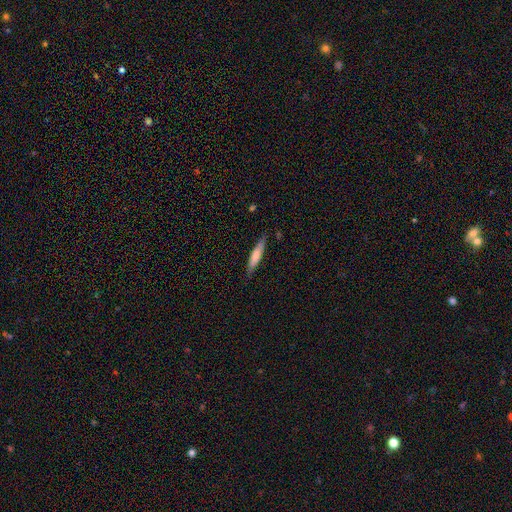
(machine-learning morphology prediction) Smooth or featured: smooth — 67% (featured or disk — 27%)
How rounded: cigar-shaped — 88% (in between — 11%)
Merging: none — 84% (minor disturbance — 12%)